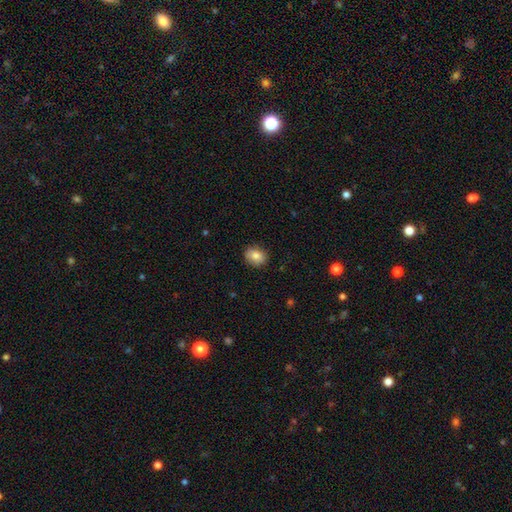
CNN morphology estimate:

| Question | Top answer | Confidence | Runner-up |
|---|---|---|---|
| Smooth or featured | smooth | 81% | featured or disk (10%) |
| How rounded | round | 54% | in between (45%) |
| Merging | none | 85% | minor disturbance (11%) |